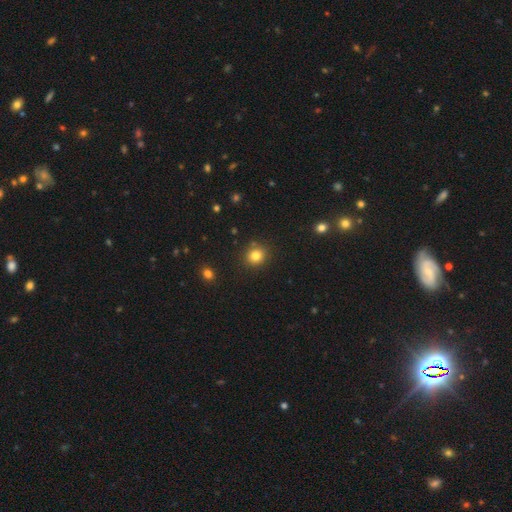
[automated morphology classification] smooth 82%, star or artifact 12%, featured or disk 6%. Down the decision tree: how rounded — round (83%); merging — none (86%).